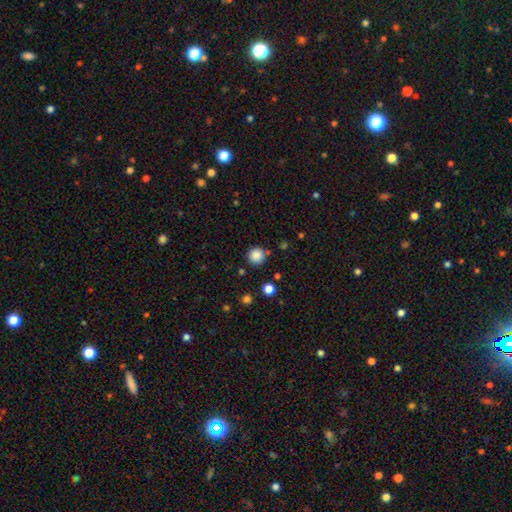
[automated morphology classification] Q: Smooth or featured?
A: smooth (86%); runner-up: star or artifact (11%)
Q: How rounded?
A: round (94%); runner-up: in between (5%)
Q: Merging?
A: none (84%); runner-up: minor disturbance (9%)